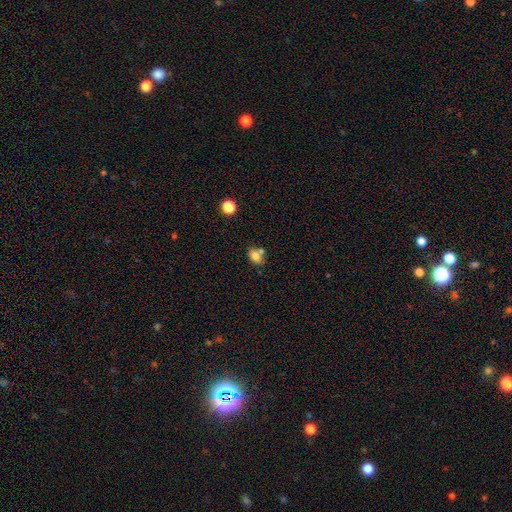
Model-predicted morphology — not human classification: type=smooth (78%); roundness=in between (70%); merging=none (56%).